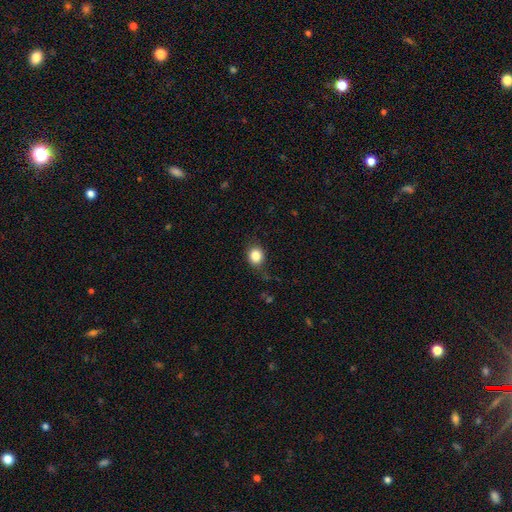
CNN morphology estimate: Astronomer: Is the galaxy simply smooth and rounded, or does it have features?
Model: smooth — 84%.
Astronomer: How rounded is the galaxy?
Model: round — 72%.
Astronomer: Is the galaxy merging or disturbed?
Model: none — 79%.